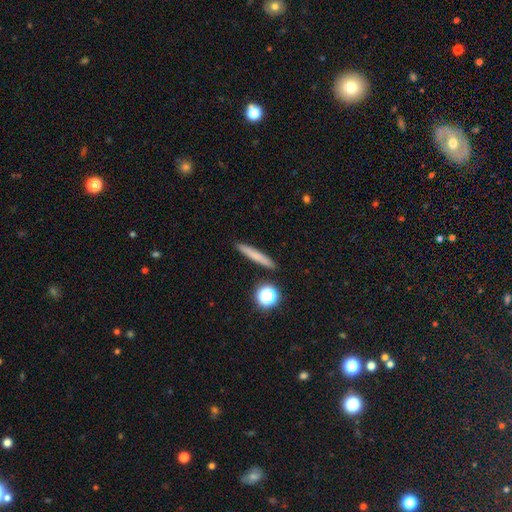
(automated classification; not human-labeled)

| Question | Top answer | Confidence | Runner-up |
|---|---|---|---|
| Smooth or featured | smooth | 71% | featured or disk (20%) |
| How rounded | cigar-shaped | 92% | in between (5%) |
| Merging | none | 90% | minor disturbance (6%) |